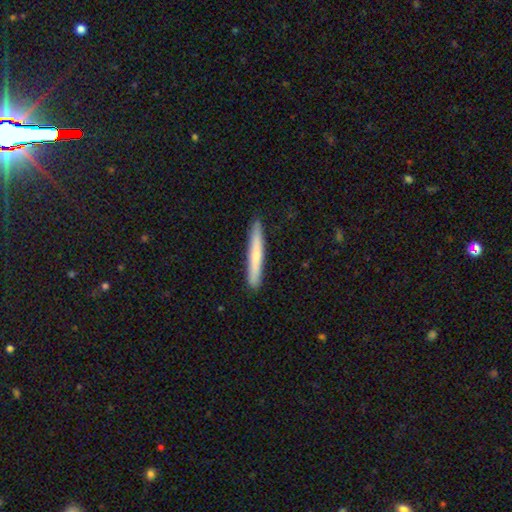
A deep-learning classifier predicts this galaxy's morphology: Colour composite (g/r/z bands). It shows a smooth galaxy with no disk features (66%) that is cigar-shaped (96%). Merging: none (90%).